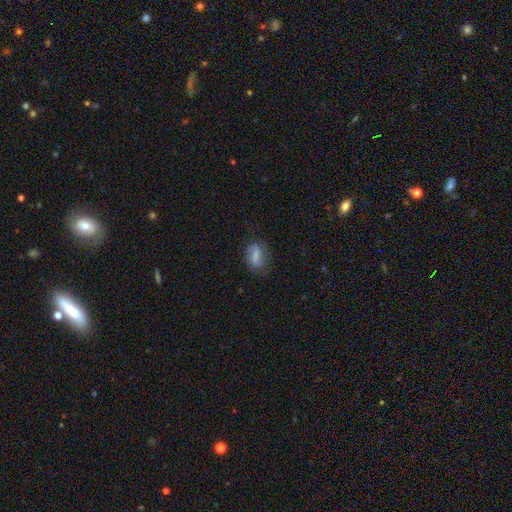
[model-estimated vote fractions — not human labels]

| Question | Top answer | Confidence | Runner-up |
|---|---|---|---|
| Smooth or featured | smooth | 69% | featured or disk (22%) |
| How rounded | in between | 78% | cigar-shaped (11%) |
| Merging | none | 68% | minor disturbance (23%) |